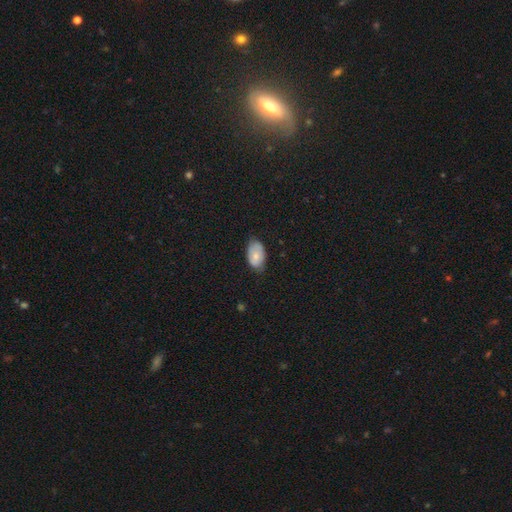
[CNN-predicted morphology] Smooth or featured: smooth — 70% (featured or disk — 23%)
How rounded: in between — 92% (round — 7%)
Merging: none — 65% (minor disturbance — 29%)